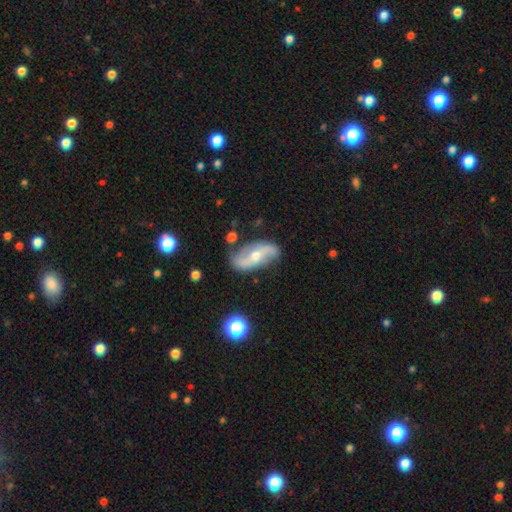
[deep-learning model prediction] Smooth or featured?
  - featured or disk: 81% *
  - smooth: 13%
  - star or artifact: 6%
Edge-on disk?
  - no: 92% *
  - yes: 8%
Bar?
  - no: 44% *
  - weak: 30%
  - strong: 26%
Spiral arms?
  - yes: 91% *
  - no: 9%
Spiral winding?
  - loose: 67% *
  - medium: 23%
  - tight: 10%
Spiral arm count?
  - 2: 91% *
  - can't tell: 4%
  - 1: 2%
  - 3: 1%
  - 4: 1%
  - more than 4: 1%
Bulge size?
  - moderate: 56% *
  - small: 40%
  - large: 2%
  - none: 1%
  - dominant: 1%
Merging?
  - none: 77% *
  - minor disturbance: 16%
  - major disturbance: 5%
  - merger: 3%